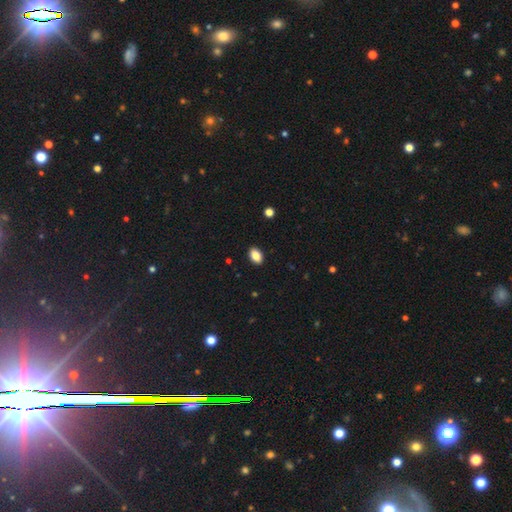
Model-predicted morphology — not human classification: A smooth galaxy with no disk features (86%) that is in between round and cigar-shaped (86%). Merging: none (91%).